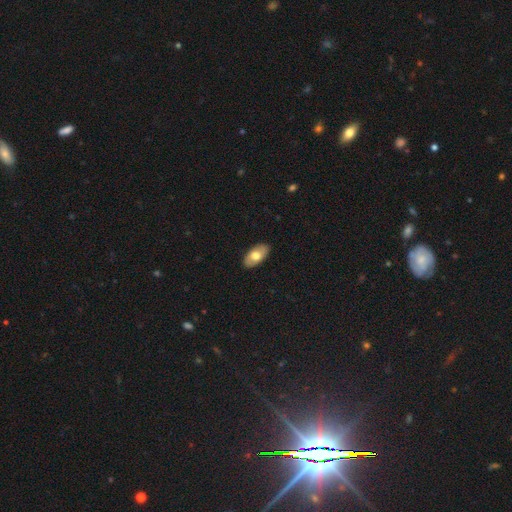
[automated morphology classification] Smooth or featured?
  - smooth: 66% *
  - featured or disk: 28%
  - star or artifact: 6%
How rounded?
  - in between: 94% *
  - round: 4%
  - cigar-shaped: 2%
Merging?
  - none: 88% *
  - minor disturbance: 9%
  - major disturbance: 2%
  - merger: 1%